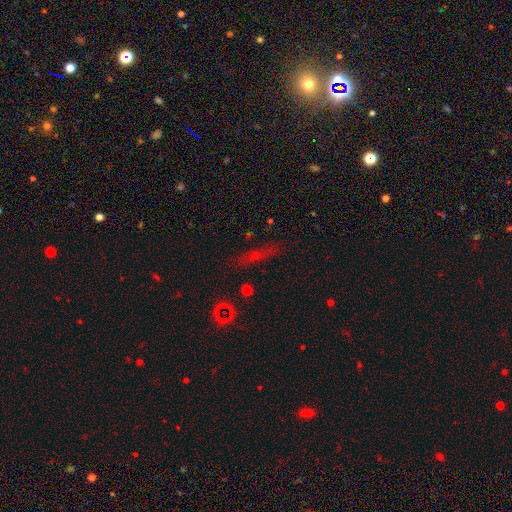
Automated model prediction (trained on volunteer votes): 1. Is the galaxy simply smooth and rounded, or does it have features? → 41% smooth, 35% star or artifact, 24% featured or disk.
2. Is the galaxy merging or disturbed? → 79% none, 13% minor disturbance, 5% major disturbance, 3% merger.